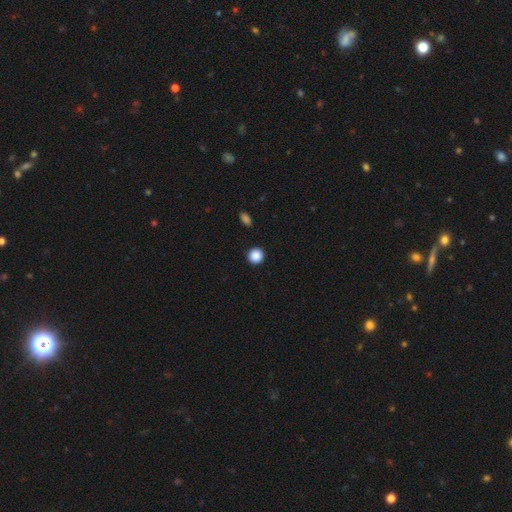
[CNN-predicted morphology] Smooth or featured? smooth (88%)
How rounded? round (93%)
Merging? none (93%)